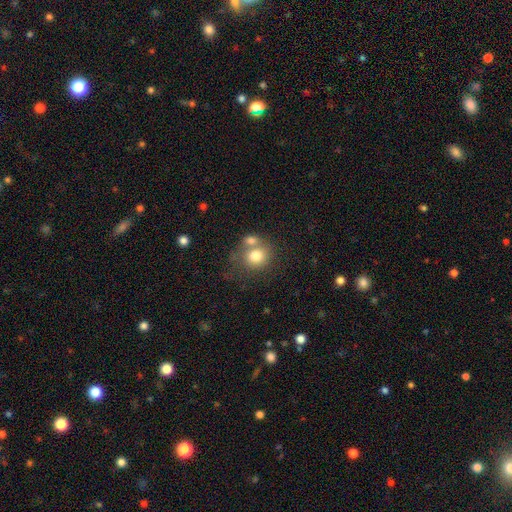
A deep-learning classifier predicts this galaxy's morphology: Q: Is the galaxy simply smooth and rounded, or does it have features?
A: smooth — 76%.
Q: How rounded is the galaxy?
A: round — 73%.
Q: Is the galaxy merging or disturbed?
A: none — 44%.